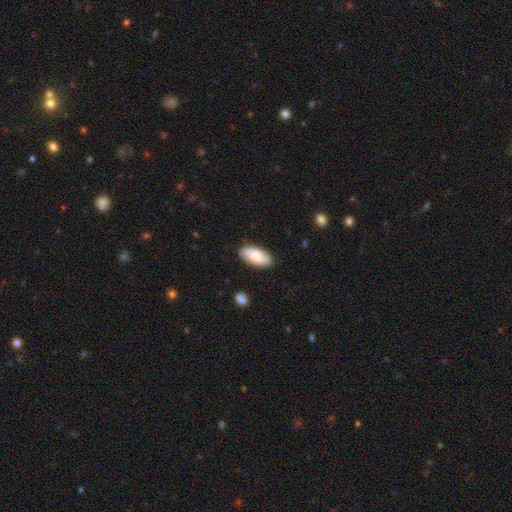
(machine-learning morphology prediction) Overall: smooth (80%). How rounded: in between (91%). Merging: none (85%).